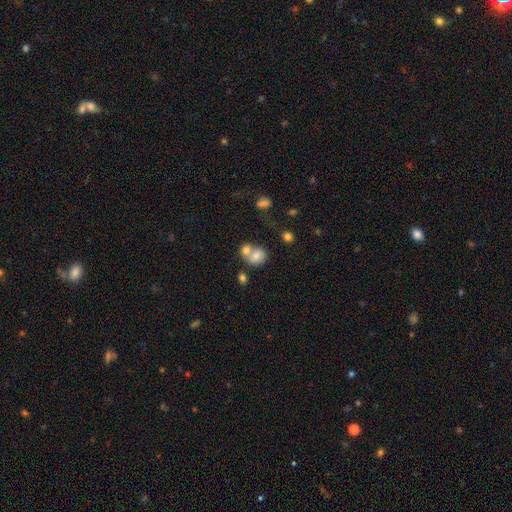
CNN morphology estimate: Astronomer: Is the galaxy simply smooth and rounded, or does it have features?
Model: smooth — 76%.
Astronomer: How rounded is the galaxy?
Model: round — 57% (runner-up: in between, 42%).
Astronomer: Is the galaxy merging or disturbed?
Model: merger — 55% (runner-up: none, 31%).